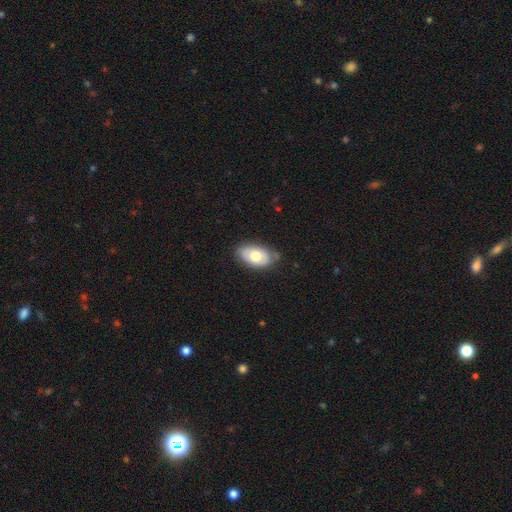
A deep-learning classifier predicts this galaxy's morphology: Smooth or featured? smooth (68%)
How rounded? in between (93%)
Merging? none (72%)